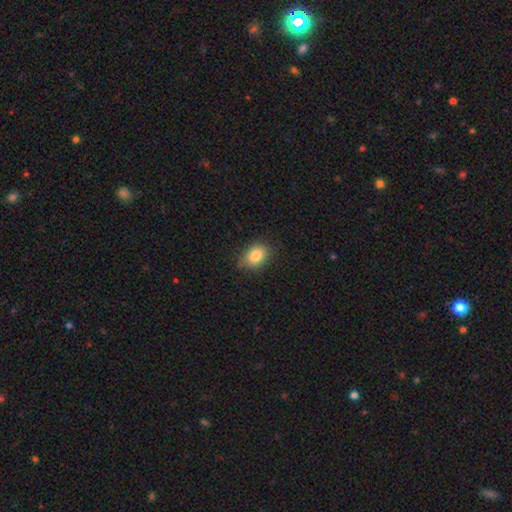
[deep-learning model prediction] A smooth galaxy with no disk features (85%) that is in between round and cigar-shaped (74%).

Vote fractions:
- Smooth or featured? smooth: 85% / star or artifact: 9% / featured or disk: 6%
- How rounded? in between: 74% / round: 24% / cigar-shaped: 1%
- Merging? none: 82% / minor disturbance: 14% / major disturbance: 3% / merger: 1%